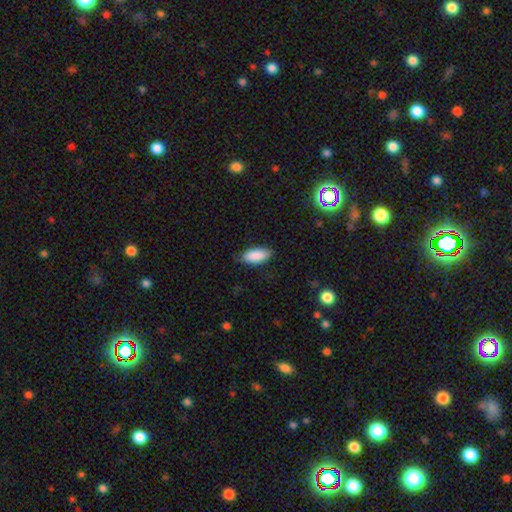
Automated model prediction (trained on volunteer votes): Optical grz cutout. It shows a smooth galaxy with no disk features (89%) that is in between round and cigar-shaped (89%). Merging: none (79%).